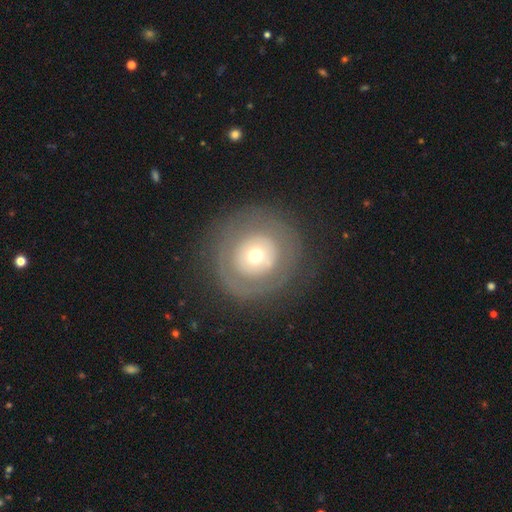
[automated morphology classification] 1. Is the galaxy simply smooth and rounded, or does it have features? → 50% featured or disk, 43% smooth, 7% star or artifact.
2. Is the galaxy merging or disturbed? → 78% none, 12% minor disturbance, 9% major disturbance, 1% merger.